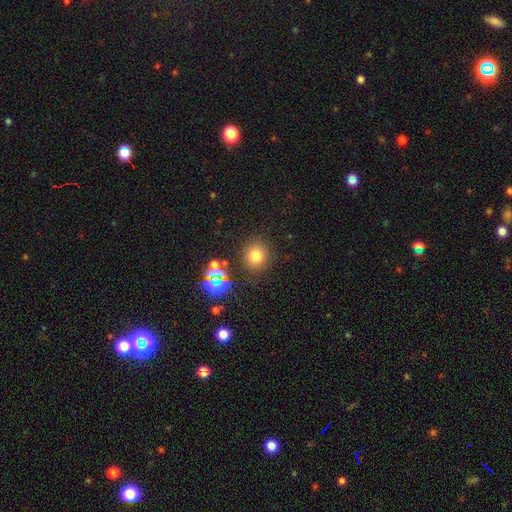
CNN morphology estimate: This appears to be a smooth galaxy with no disk features (72%) that is round (85%). Merging: none (85%).